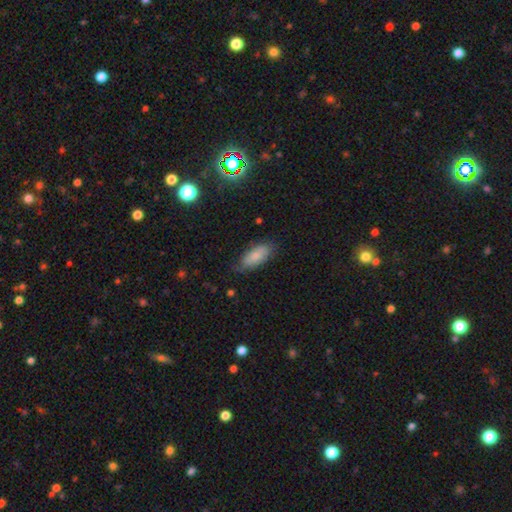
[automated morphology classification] The model was most divided on "merging": none: 67%, minor disturbance: 25%, major disturbance: 6%, merger: 2%. More confident: how rounded — in between (84%); smooth or featured — smooth (78%).